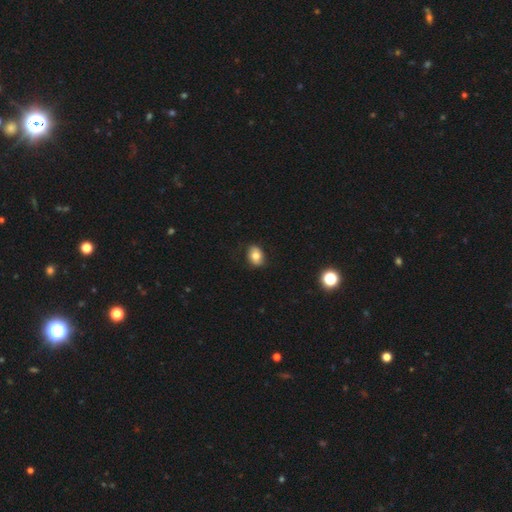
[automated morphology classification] A smooth galaxy with no disk features (77%) that is in between round and cigar-shaped (71%).

Vote fractions:
- Smooth or featured? smooth: 77% / featured or disk: 14% / star or artifact: 9%
- How rounded? in between: 71% / round: 28% / cigar-shaped: 1%
- Merging? none: 83% / minor disturbance: 13% / major disturbance: 3% / merger: 1%